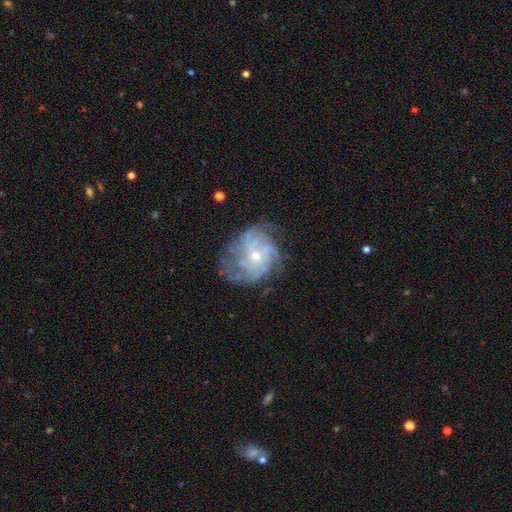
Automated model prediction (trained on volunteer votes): The model was most divided on "spiral winding": tight: 47%, medium: 36%, loose: 17%. Remaining: edge-on disk — no (97%); spiral arms — yes (89%); smooth or featured — featured or disk (79%); bar — no (76%); merging — none (64%); bulge size — small (64%); spiral arm count — can't tell (38%).